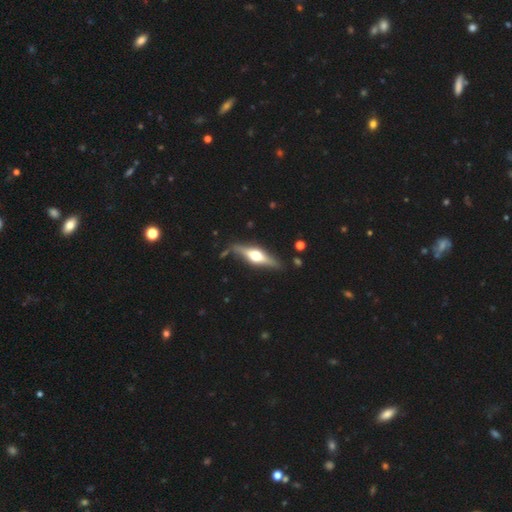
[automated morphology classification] smooth_or_featured: featured or disk (p=0.74) [alt: smooth p=0.21]
disk_edge_on: yes (p=0.96) [alt: no p=0.04]
edge_on_bulge: rounded (p=0.95) [alt: boxy p=0.04]
merging: none (p=0.83) [alt: minor disturbance p=0.11]